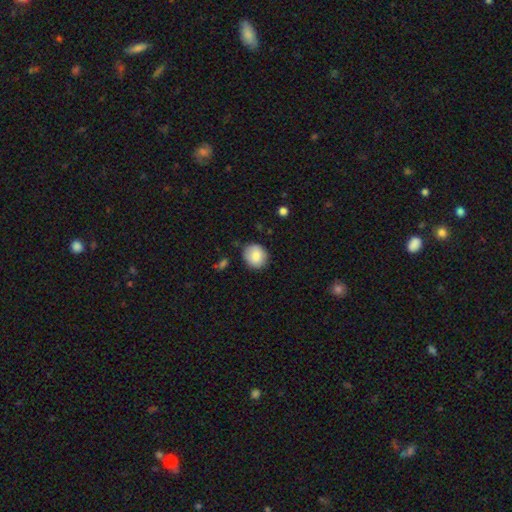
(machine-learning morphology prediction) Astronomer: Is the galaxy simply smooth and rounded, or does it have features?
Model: smooth — 84%.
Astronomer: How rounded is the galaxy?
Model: round — 82%.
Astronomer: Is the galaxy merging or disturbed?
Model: none — 84%.